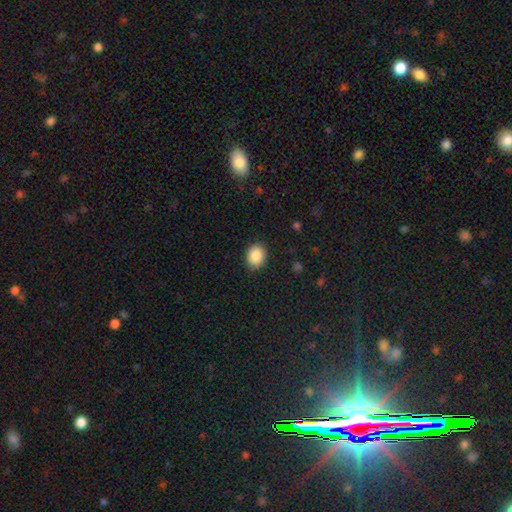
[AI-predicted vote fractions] smooth_or_featured: smooth (p=0.88) [alt: star or artifact p=0.08]
how_rounded: round (p=0.56) [alt: in between p=0.44]
merging: none (p=0.88) [alt: minor disturbance p=0.09]